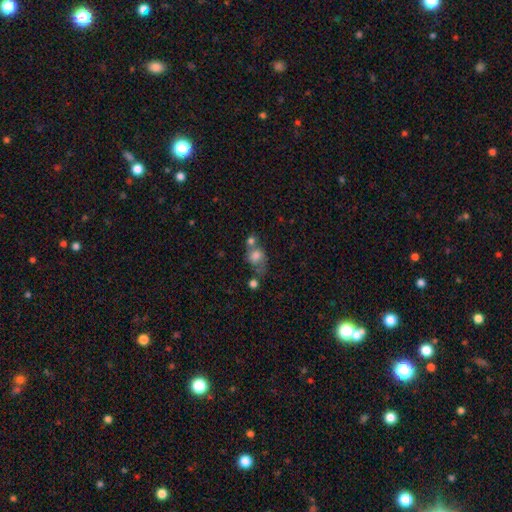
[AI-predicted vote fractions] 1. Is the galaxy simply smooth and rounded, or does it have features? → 70% smooth, 18% featured or disk, 11% star or artifact.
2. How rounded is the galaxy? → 51% in between, 48% round, 2% cigar-shaped.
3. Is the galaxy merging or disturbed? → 43% merger, 28% none, 16% minor disturbance, 13% major disturbance.